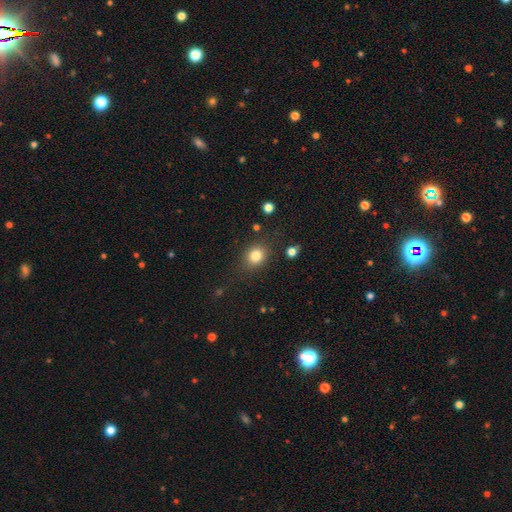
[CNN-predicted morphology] This is clearly a smooth galaxy (82%). How rounded: likely round (63%). Merging: clearly none (82%).